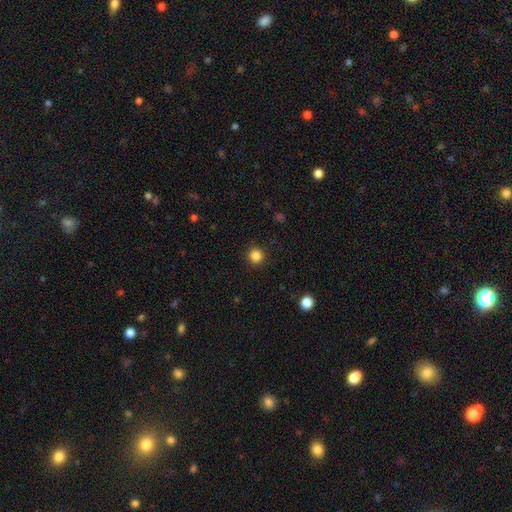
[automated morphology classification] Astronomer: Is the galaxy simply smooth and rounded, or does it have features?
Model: smooth — 85%.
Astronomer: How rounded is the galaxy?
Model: round — 95%.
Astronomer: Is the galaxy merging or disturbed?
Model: none — 93%.